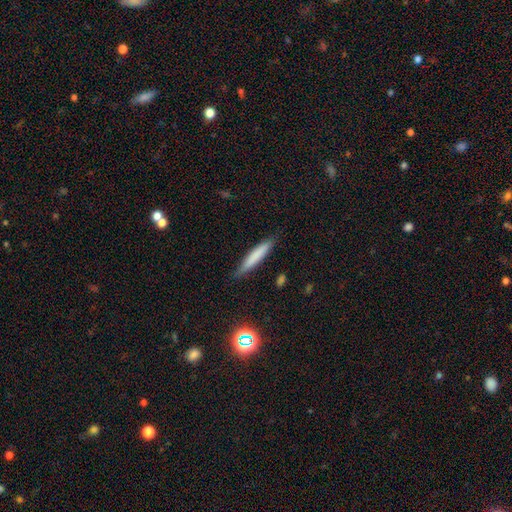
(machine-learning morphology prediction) smooth_or_featured: smooth (p=0.73) [alt: featured or disk p=0.19]
how_rounded: cigar-shaped (p=0.91) [alt: in between p=0.07]
merging: none (p=0.84) [alt: minor disturbance p=0.12]